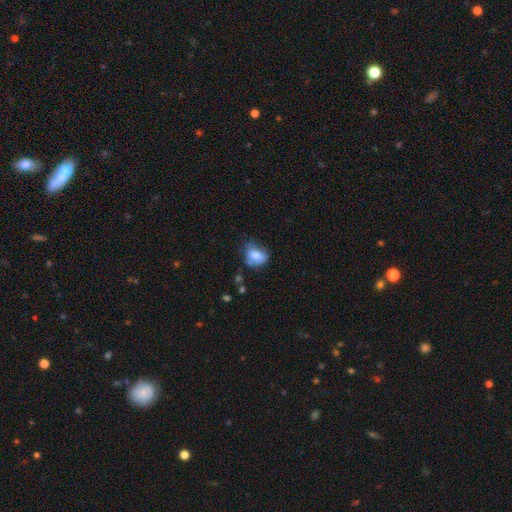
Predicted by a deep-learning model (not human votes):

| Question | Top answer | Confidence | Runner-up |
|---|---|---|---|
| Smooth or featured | smooth | 72% | featured or disk (19%) |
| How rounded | in between | 62% | round (37%) |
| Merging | none | 43% | minor disturbance (34%) |